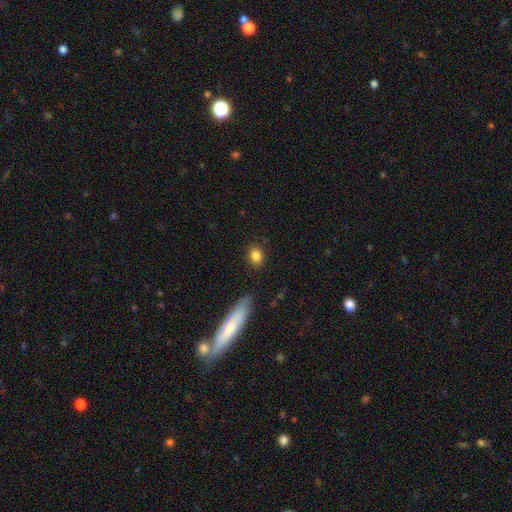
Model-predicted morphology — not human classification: smooth-or-featured: smooth: 85% | star or artifact: 9% | featured or disk: 6%
  how-rounded: in between: 51% | round: 47% | cigar-shaped: 2%
  merging: none: 86% | minor disturbance: 9% | major disturbance: 3% | merger: 2%